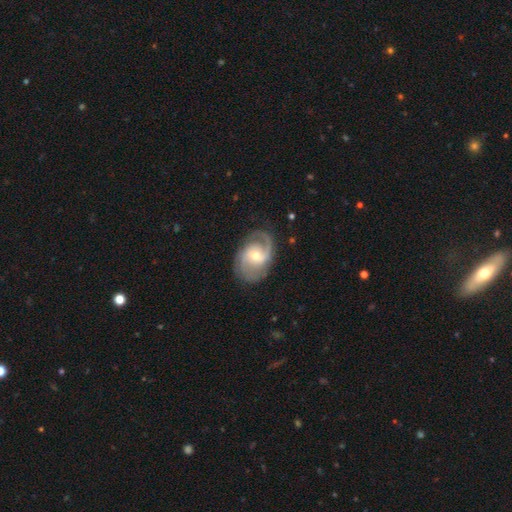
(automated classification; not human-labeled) smooth-or-featured: featured or disk: 84% | smooth: 10% | star or artifact: 5%
  disk-edge-on: no: 97% | yes: 3%
    bar: no: 55% | weak: 36% | strong: 9%
    has-spiral-arms: yes: 95% | no: 5%
      spiral-winding: medium: 48% | tight: 30% | loose: 22%
      spiral-arm-count: 2: 72% | can't tell: 10% | 1: 7% | 3: 7% | 4: 2% | more than 4: 2%
    bulge-size: moderate: 56% | small: 39% | large: 3% | none: 1% | dominant: 1%
  merging: none: 75% | minor disturbance: 16% | major disturbance: 8% | merger: 1%